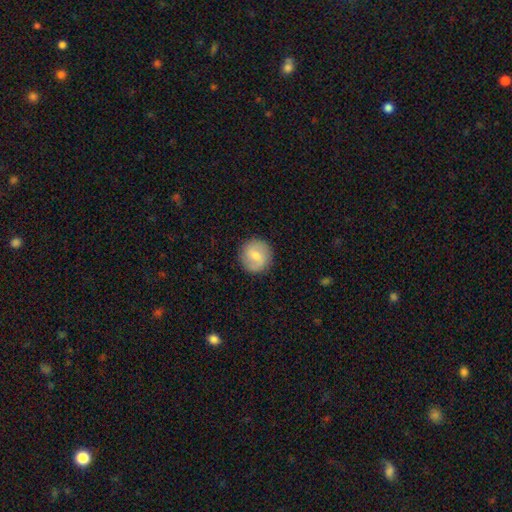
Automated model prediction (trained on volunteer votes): This is likely a smooth galaxy (61%). How rounded: clearly round (94%). Merging: clearly none (89%).